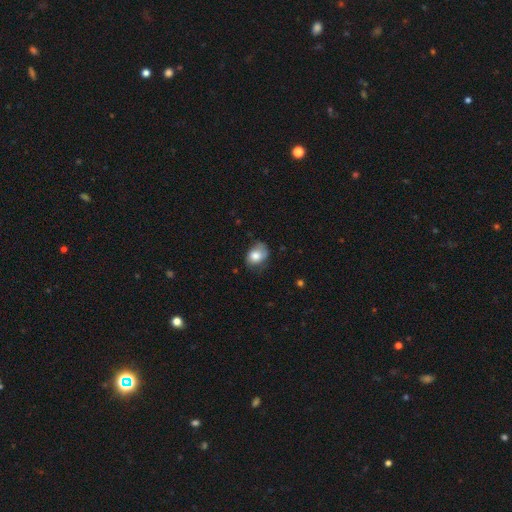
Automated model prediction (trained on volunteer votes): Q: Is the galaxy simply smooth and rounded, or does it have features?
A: smooth — 73%.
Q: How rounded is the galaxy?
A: in between — 63%.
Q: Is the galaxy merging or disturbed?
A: none — 48%.